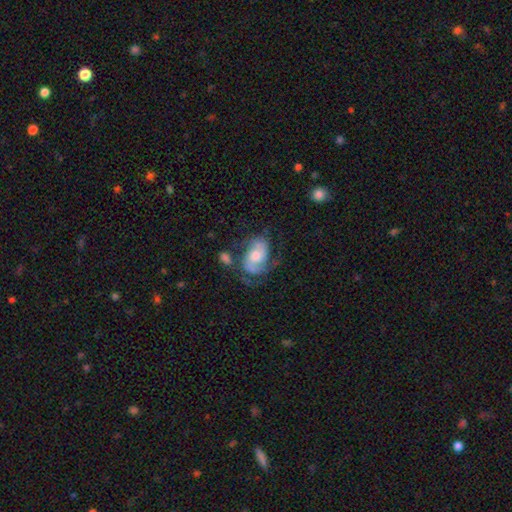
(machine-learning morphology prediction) Smooth or featured? Predicted: featured or disk (p=0.68). Edge-on disk? Predicted: no (p=0.97). Bar? Predicted: no (p=0.61). Spiral arms? Predicted: yes (p=0.88). Spiral winding? Predicted: medium (p=0.45). Spiral arm count? Predicted: 2 (p=0.69). Bulge size? Predicted: moderate (p=0.62). Merging? Predicted: none (p=0.49).